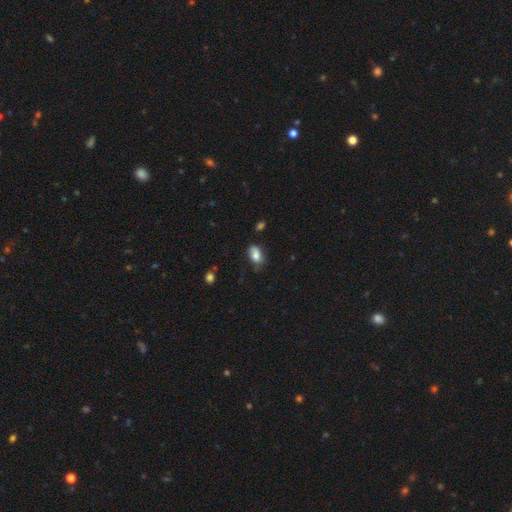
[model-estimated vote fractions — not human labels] This is likely a smooth galaxy (78%). How rounded: clearly in between (90%). Merging: likely none (60%).